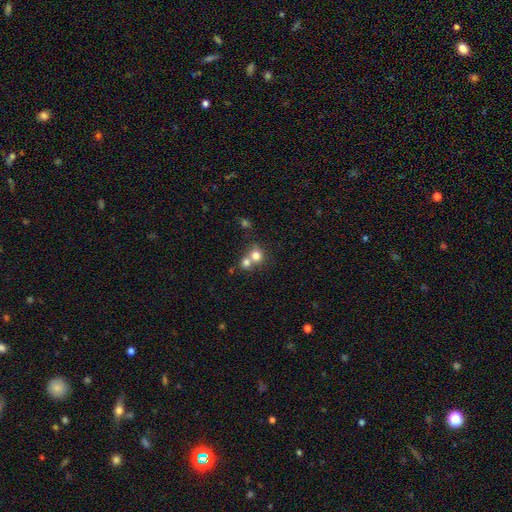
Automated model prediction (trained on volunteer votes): Morphology: type=smooth (76%); roundness=round (80%); merging=merger (56%).